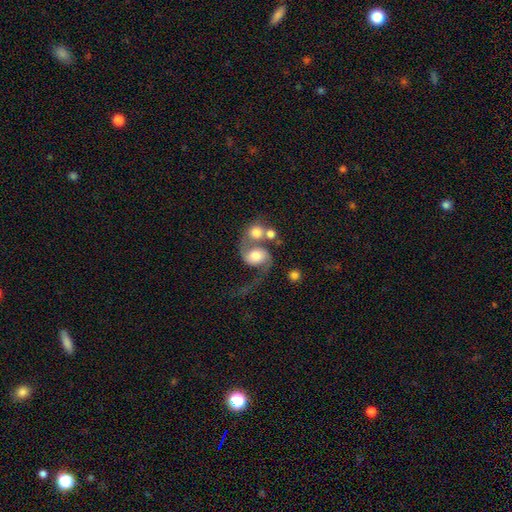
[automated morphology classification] Q: Smooth or featured?
A: featured or disk (69%); runner-up: smooth (23%)
Q: Edge-on disk?
A: no (97%); runner-up: yes (3%)
Q: Bar?
A: no (65%); runner-up: weak (27%)
Q: Spiral arms?
A: yes (90%); runner-up: no (10%)
Q: Spiral winding?
A: loose (68%); runner-up: medium (26%)
Q: Spiral arm count?
A: 2 (78%); runner-up: 1 (17%)
Q: Bulge size?
A: moderate (47%); runner-up: large (32%)
Q: Merging?
A: merger (50%); runner-up: none (23%)